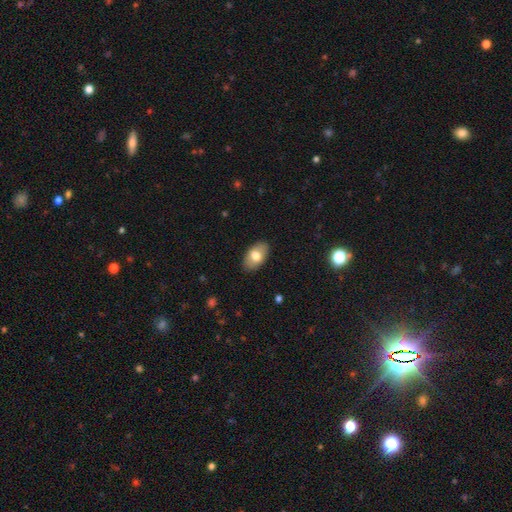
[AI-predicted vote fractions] Smooth or featured? Predicted: smooth (p=0.74). How rounded? Predicted: in between (p=0.92). Merging? Predicted: none (p=0.87).